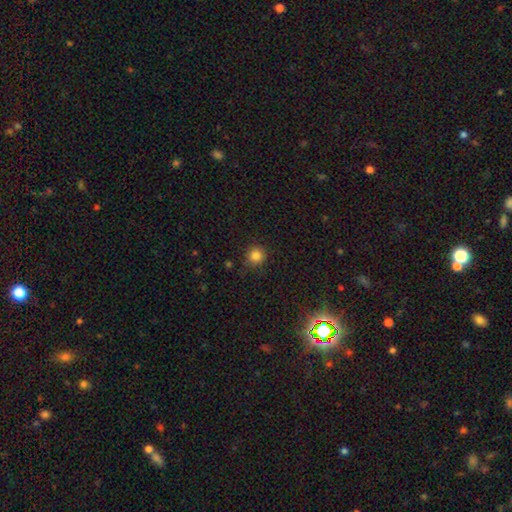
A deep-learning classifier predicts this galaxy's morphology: The model was most divided on "smooth or featured": smooth: 83%, star or artifact: 13%, featured or disk: 4%. More confident: how rounded — round (93%); merging — none (87%).